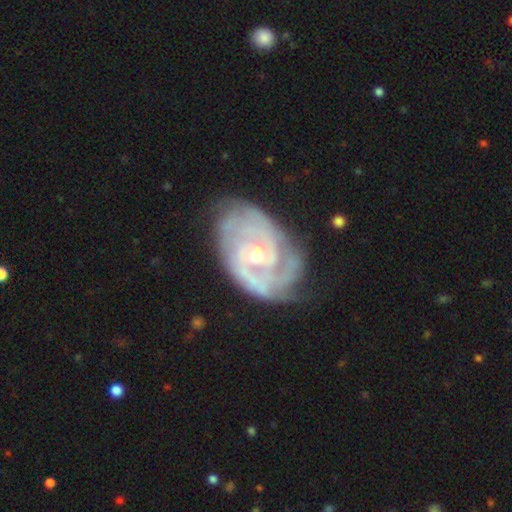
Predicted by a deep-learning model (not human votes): Q: Smooth or featured?
A: featured or disk (87%); runner-up: smooth (8%)
Q: Edge-on disk?
A: no (97%); runner-up: yes (3%)
Q: Bar?
A: no (54%); runner-up: weak (38%)
Q: Spiral arms?
A: yes (95%); runner-up: no (5%)
Q: Spiral winding?
A: tight (68%); runner-up: medium (26%)
Q: Spiral arm count?
A: 2 (39%); runner-up: can't tell (29%)
Q: Bulge size?
A: moderate (48%); runner-up: small (46%)
Q: Merging?
A: none (65%); runner-up: minor disturbance (24%)